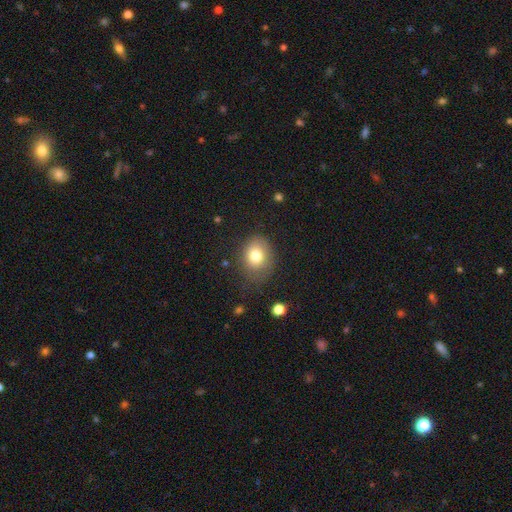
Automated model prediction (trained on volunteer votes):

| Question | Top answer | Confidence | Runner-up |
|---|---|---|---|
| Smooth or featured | smooth | 78% | featured or disk (12%) |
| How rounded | in between | 51% | round (48%) |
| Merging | none | 67% | minor disturbance (23%) |